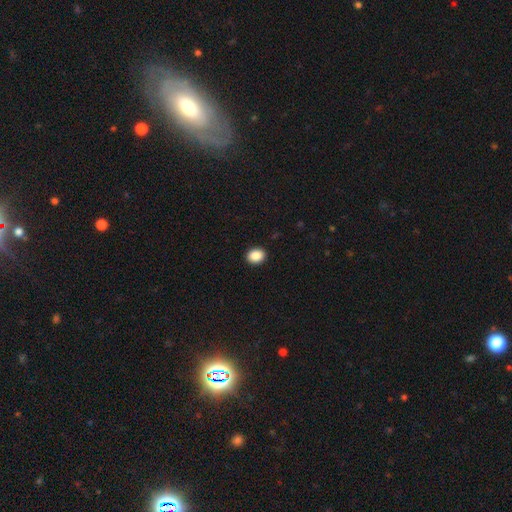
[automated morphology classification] Overall: smooth (89%). How rounded: in between (53%; round 46%). Merging: none (92%).